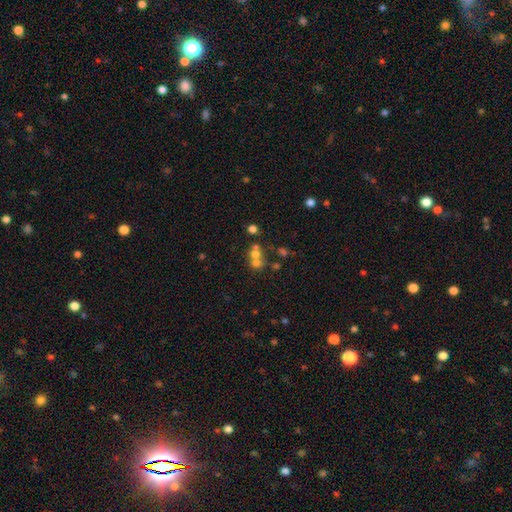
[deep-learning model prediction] Smooth or featured? smooth (59%)
How rounded? round (76%)
Merging? merger (54%)